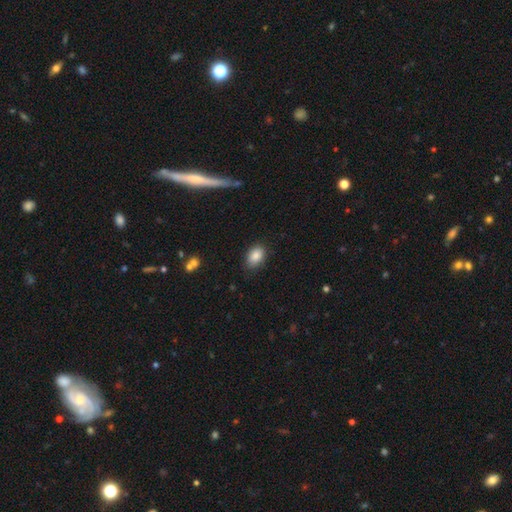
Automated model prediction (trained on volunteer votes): smooth-or-featured: smooth: 86% | star or artifact: 8% | featured or disk: 6%
  how-rounded: in between: 84% | round: 15% | cigar-shaped: 1%
  merging: none: 80% | minor disturbance: 16% | major disturbance: 3% | merger: 1%